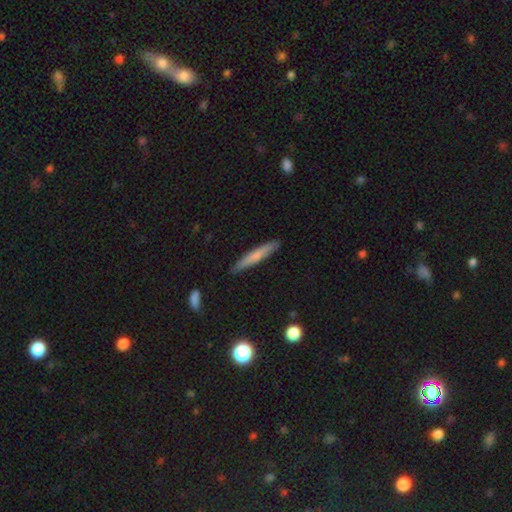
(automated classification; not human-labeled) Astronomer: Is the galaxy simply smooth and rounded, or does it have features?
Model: smooth — 65%.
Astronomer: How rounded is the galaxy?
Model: cigar-shaped — 94%.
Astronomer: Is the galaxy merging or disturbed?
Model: none — 88%.